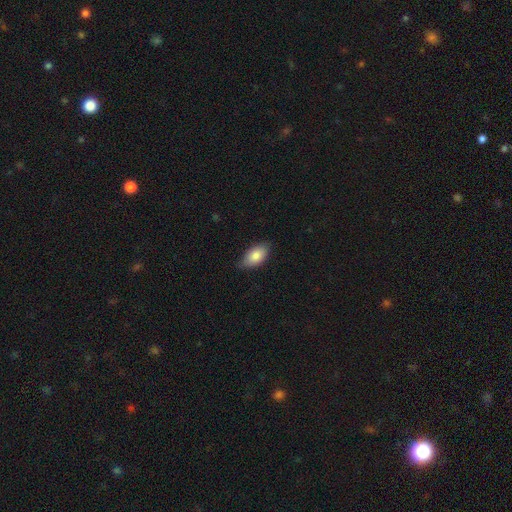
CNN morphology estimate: type=smooth (83%); roundness=in between (93%); merging=none (74%).